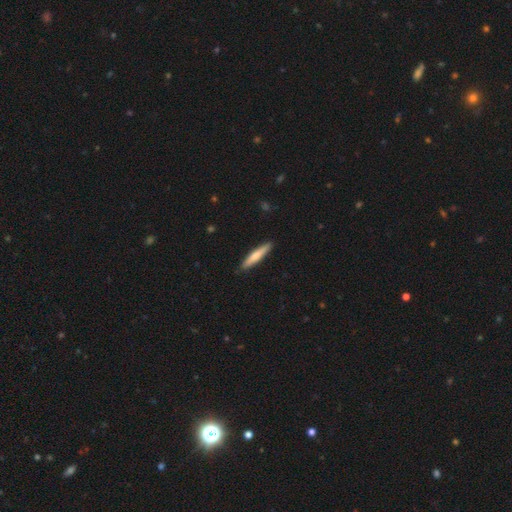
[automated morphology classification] A smooth galaxy with no disk features (68%) that is cigar-shaped (91%). Merging: none (90%).